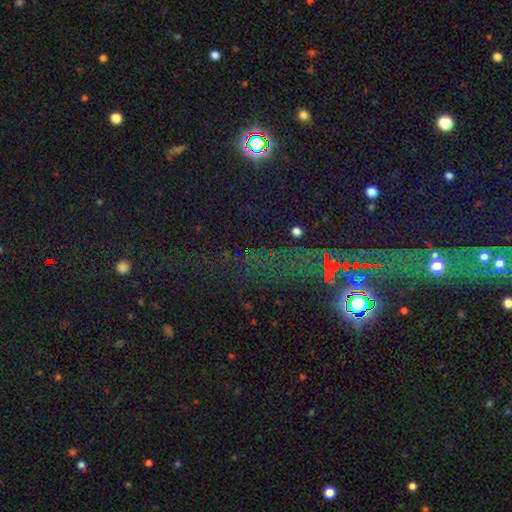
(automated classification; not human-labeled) This is likely a star or artifact rather than a galaxy (71%).